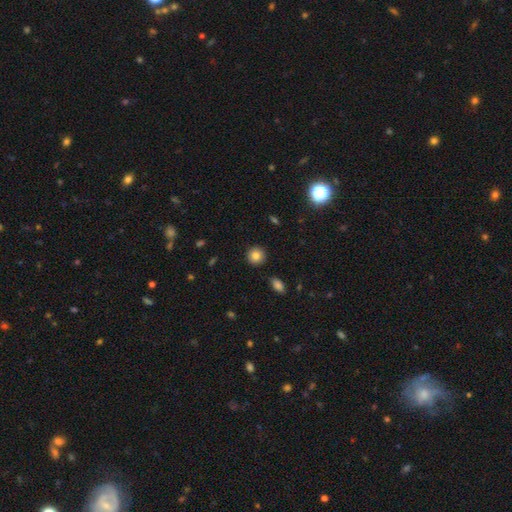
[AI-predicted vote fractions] Smooth or featured?
  - smooth: 83% *
  - star or artifact: 10%
  - featured or disk: 7%
How rounded?
  - round: 92% *
  - in between: 7%
  - cigar-shaped: 1%
Merging?
  - none: 90% *
  - minor disturbance: 6%
  - major disturbance: 2%
  - merger: 2%